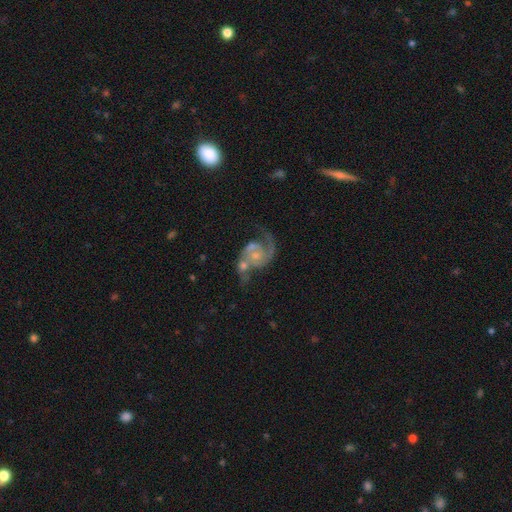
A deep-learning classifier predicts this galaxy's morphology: Smooth or featured?
  - featured or disk: 87% *
  - smooth: 7%
  - star or artifact: 7%
Edge-on disk?
  - no: 98% *
  - yes: 2%
Bar?
  - no: 72% *
  - weak: 23%
  - strong: 5%
Spiral arms?
  - yes: 96% *
  - no: 4%
Spiral winding?
  - medium: 49% *
  - loose: 33%
  - tight: 19%
Spiral arm count?
  - 2: 82% *
  - 1: 10%
  - can't tell: 4%
  - 3: 2%
  - 4: 1%
  - more than 4: 1%
Bulge size?
  - small: 58% *
  - moderate: 30%
  - none: 8%
  - large: 3%
  - dominant: 1%
Merging?
  - none: 39% *
  - merger: 30%
  - major disturbance: 17%
  - minor disturbance: 14%